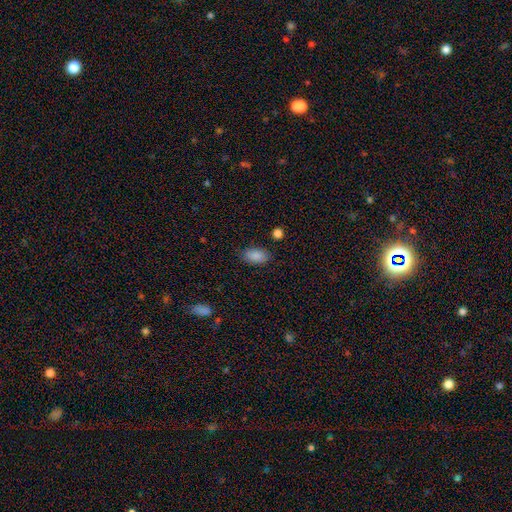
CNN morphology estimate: Smooth or featured?
  - smooth: 87% *
  - star or artifact: 8%
  - featured or disk: 5%
How rounded?
  - in between: 92% *
  - round: 6%
  - cigar-shaped: 2%
Merging?
  - none: 79% *
  - minor disturbance: 15%
  - major disturbance: 3%
  - merger: 2%